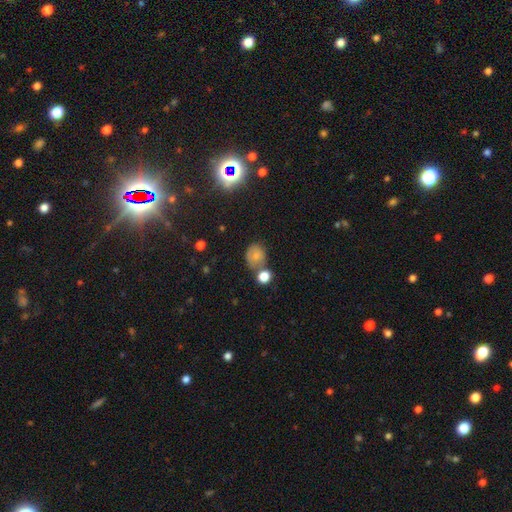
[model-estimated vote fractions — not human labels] Morphology: type=smooth (71%); roundness=round (69%); merging=none (56%).